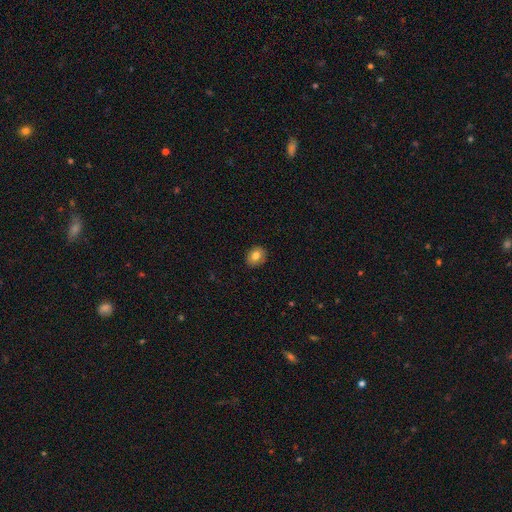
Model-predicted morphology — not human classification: type=smooth (80%); roundness=round (59%); merging=none (90%).